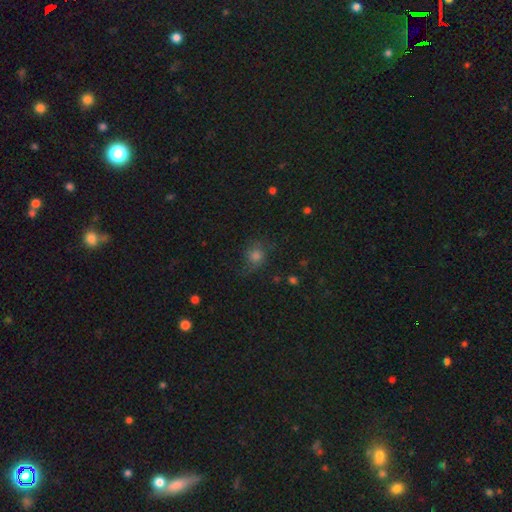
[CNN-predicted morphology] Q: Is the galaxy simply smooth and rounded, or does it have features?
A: smooth — 62%.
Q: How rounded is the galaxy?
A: round — 76%.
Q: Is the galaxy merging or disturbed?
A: none — 63%.